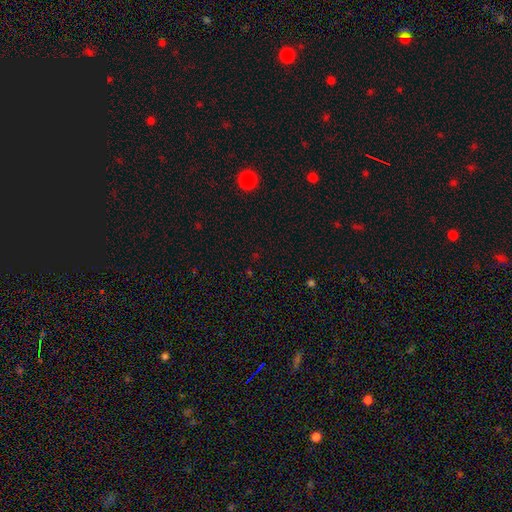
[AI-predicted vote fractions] This is likely a star or artifact rather than a galaxy (62%).